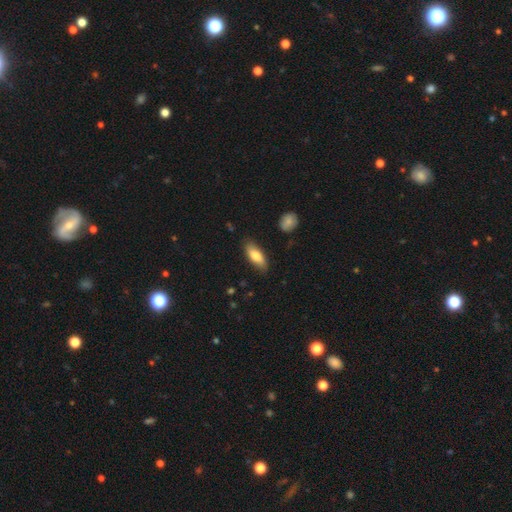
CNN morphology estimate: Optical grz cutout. It shows a smooth galaxy with no disk features (79%) that is in between round and cigar-shaped (76%). Merging: none (81%).